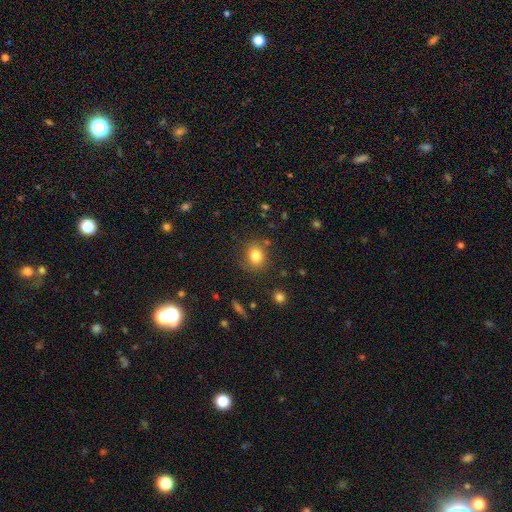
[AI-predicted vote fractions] A smooth galaxy with no disk features (81%) that is round (69%). Merging: none (80%).